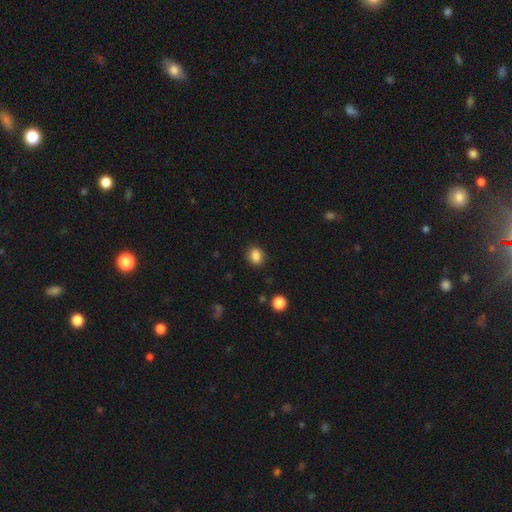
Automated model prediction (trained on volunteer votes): A smooth galaxy with no disk features (86%) that is round (52%).

Vote fractions:
- Smooth or featured? smooth: 86% / star or artifact: 10% / featured or disk: 4%
- How rounded? round: 52% / in between: 47% / cigar-shaped: 1%
- Merging? none: 88% / minor disturbance: 9% / major disturbance: 2% / merger: 1%